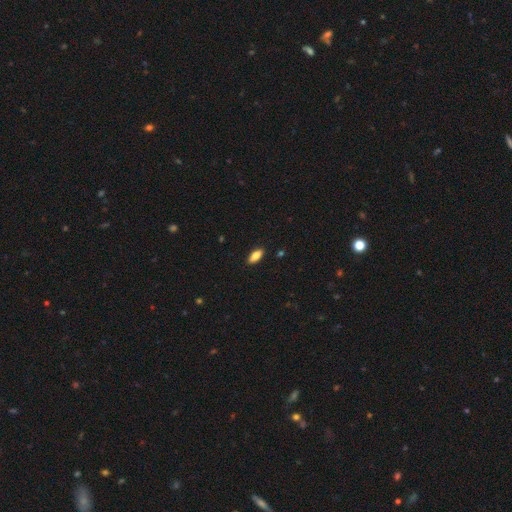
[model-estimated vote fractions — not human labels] Q: Smooth or featured?
A: smooth (81%); runner-up: featured or disk (11%)
Q: How rounded?
A: in between (80%); runner-up: cigar-shaped (17%)
Q: Merging?
A: none (89%); runner-up: minor disturbance (8%)